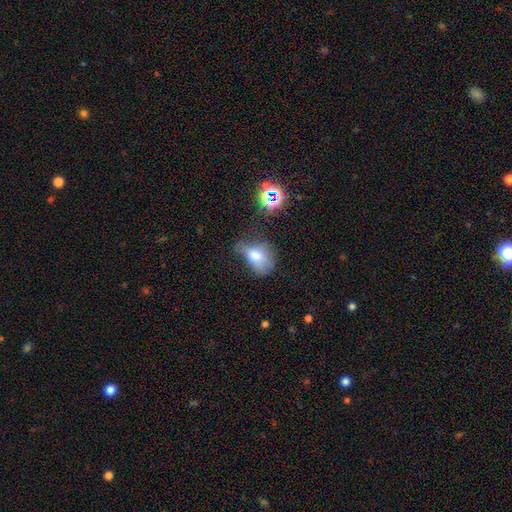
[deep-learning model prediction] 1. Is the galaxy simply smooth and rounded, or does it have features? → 63% smooth, 21% featured or disk, 16% star or artifact.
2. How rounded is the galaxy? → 77% in between, 20% round, 2% cigar-shaped.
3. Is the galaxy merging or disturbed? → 35% major disturbance, 33% minor disturbance, 25% none, 7% merger.